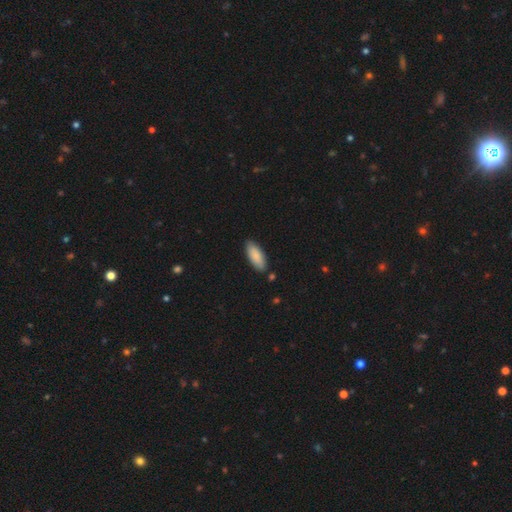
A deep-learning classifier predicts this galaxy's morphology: type=smooth (87%); roundness=in between (82%); merging=none (84%).